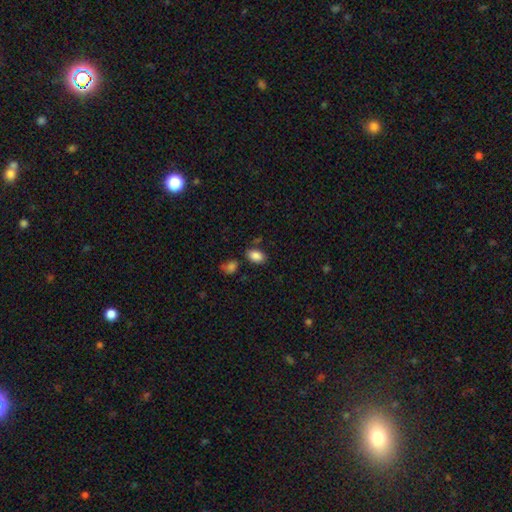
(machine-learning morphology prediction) smooth_or_featured: smooth (p=0.87) [alt: star or artifact p=0.09]
how_rounded: in between (p=0.87) [alt: round p=0.11]
merging: none (p=0.77) [alt: minor disturbance p=0.13]